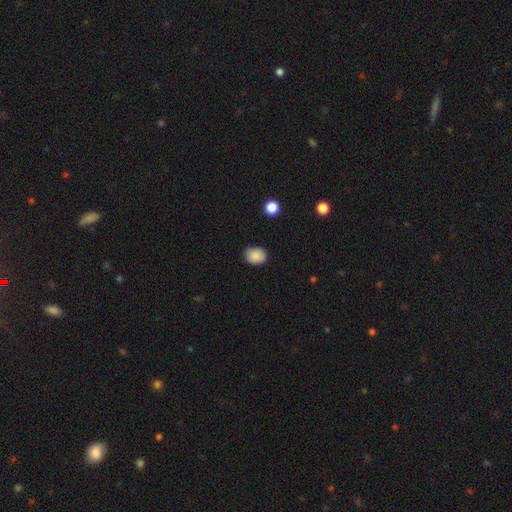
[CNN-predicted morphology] Overall: smooth (88%). How rounded: in between (52%; round 47%). Merging: none (84%).